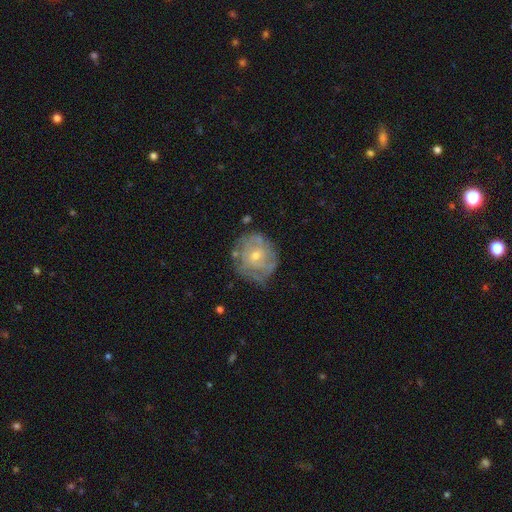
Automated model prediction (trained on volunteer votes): Overall: featured or disk (65%; smooth 27%). Edge-on disk: no (97%). Bar: no (80%). Spiral arms: yes (62%; no 38%). Bulge size: small (58%; moderate 38%). Merging: none (64%).